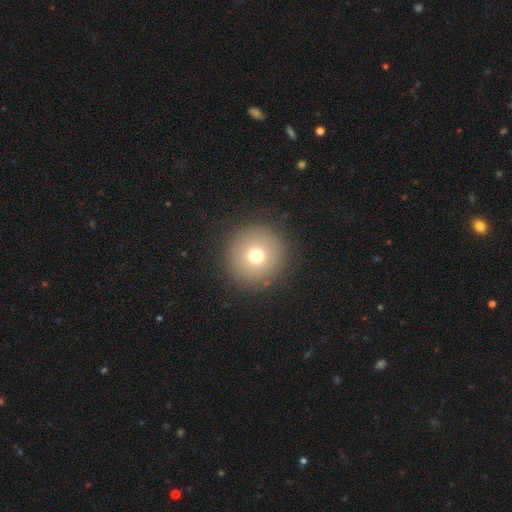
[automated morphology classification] This is likely a smooth galaxy (72%). How rounded: clearly round (96%). Merging: clearly none (91%).